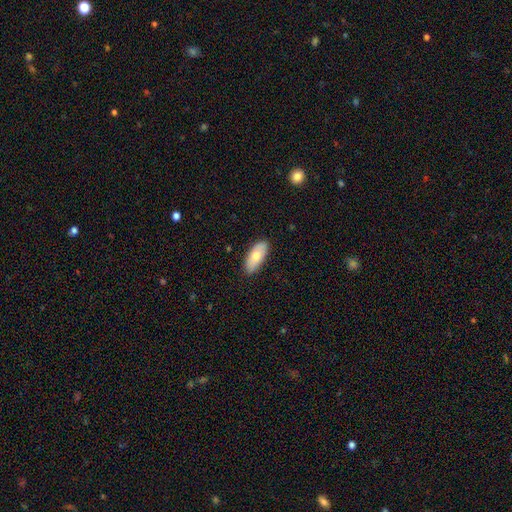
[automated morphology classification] Overall: smooth (73%). How rounded: in between (86%). Merging: none (86%).